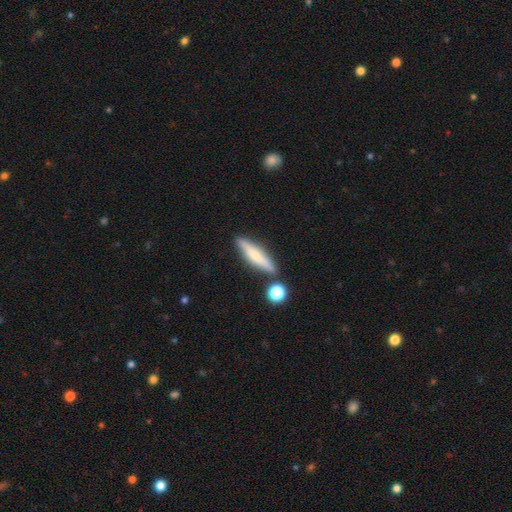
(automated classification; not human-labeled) Smooth or featured? smooth (56%)
How rounded? cigar-shaped (82%)
Merging? none (79%)